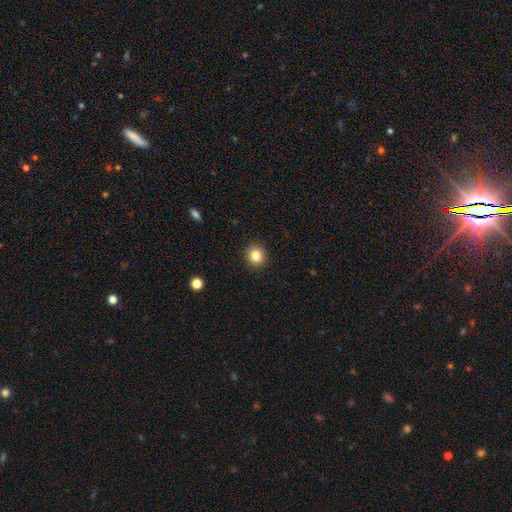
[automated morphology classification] This is clearly a smooth galaxy (83%). How rounded: clearly round (88%). Merging: clearly none (92%).